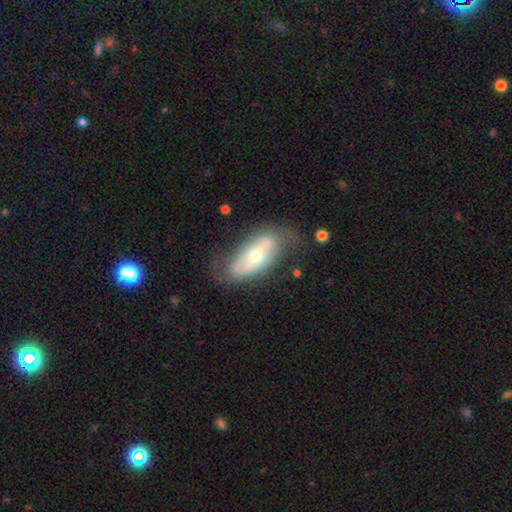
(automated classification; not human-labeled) Q: Smooth or featured?
A: featured or disk (52%); runner-up: smooth (41%)
Q: Edge-on disk?
A: no (81%); runner-up: yes (19%)
Q: Merging?
A: none (62%); runner-up: minor disturbance (23%)